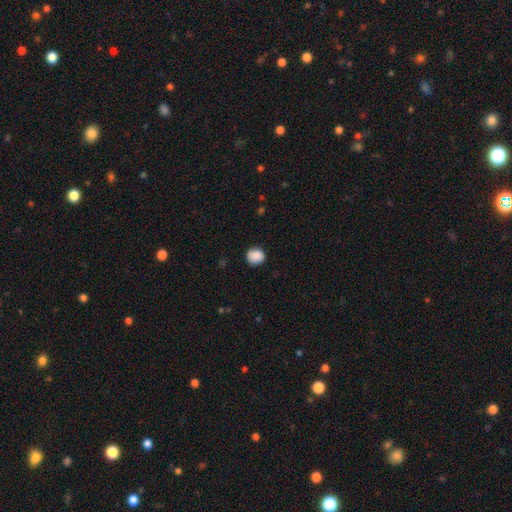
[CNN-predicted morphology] This appears to be a smooth galaxy with no disk features (87%) that is round (82%). Merging: none (83%).